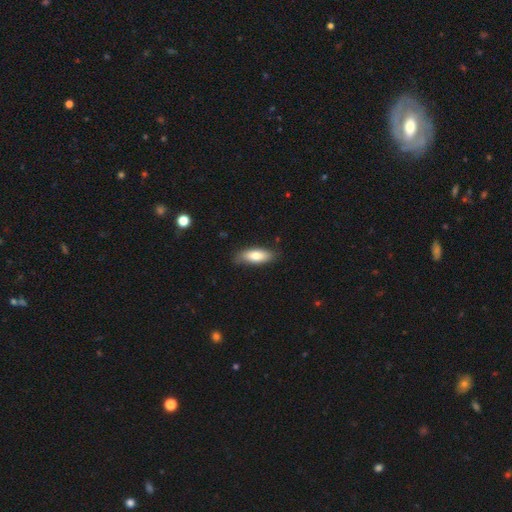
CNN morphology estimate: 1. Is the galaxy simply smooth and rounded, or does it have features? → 76% smooth, 18% featured or disk, 6% star or artifact.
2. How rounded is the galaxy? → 75% in between, 23% cigar-shaped, 2% round.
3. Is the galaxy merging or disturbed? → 81% none, 16% minor disturbance, 3% major disturbance, 1% merger.